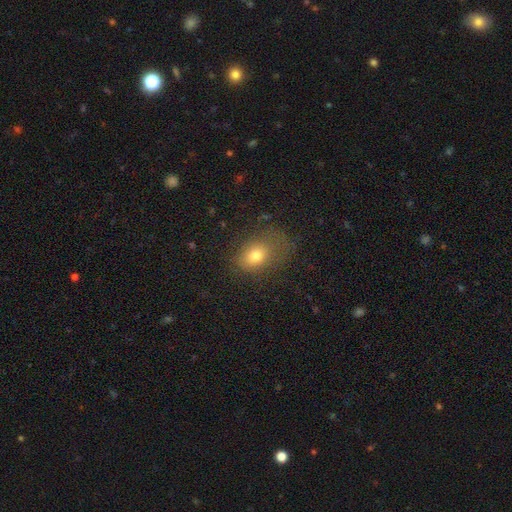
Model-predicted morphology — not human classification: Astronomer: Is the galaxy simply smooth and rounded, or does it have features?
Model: smooth — 74%.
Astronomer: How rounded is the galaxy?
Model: in between — 70%.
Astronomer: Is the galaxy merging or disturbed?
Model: none — 58%.